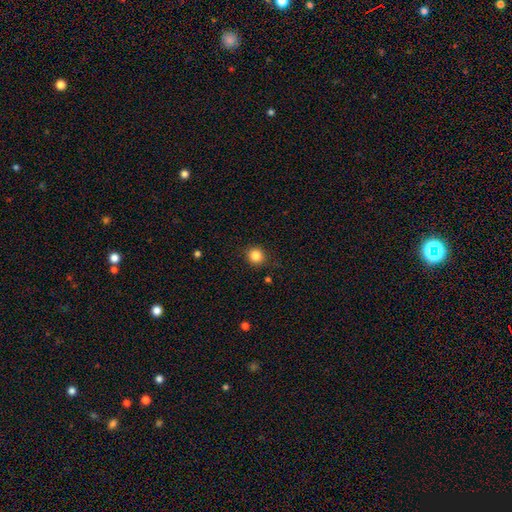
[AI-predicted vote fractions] smooth_or_featured: smooth (p=0.84) [alt: star or artifact p=0.11]
how_rounded: round (p=0.88) [alt: in between p=0.11]
merging: none (p=0.88) [alt: minor disturbance p=0.08]